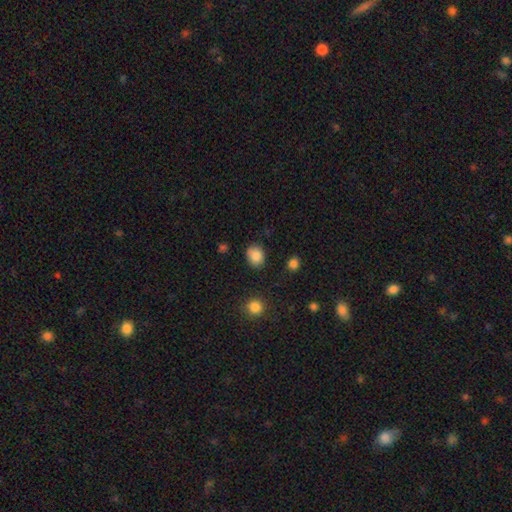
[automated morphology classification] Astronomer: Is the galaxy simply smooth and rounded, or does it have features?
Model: smooth — 85%.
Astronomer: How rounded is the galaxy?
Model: round — 66%.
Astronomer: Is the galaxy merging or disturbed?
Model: none — 81%.